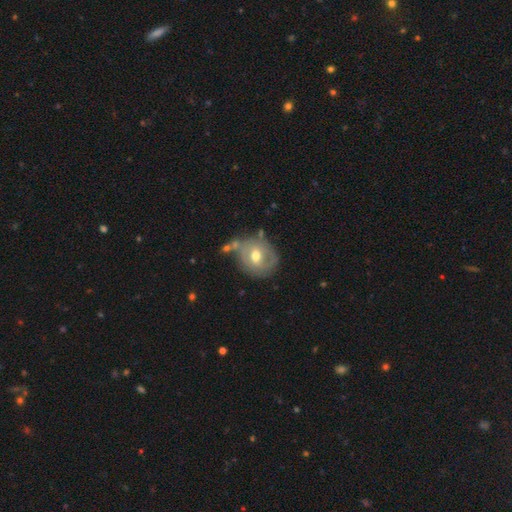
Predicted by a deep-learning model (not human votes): This is possibly a featured or disk galaxy (58%). It is clearly not viewed edge-on (96%). Bar: possibly weak (49%). Spiral arm pattern: possibly yes (57%). Central bulge: likely moderate (76%). Merging: likely none (63%).